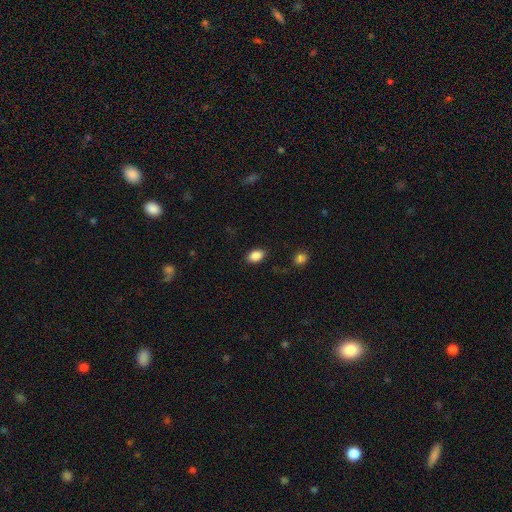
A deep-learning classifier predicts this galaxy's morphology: Overall: smooth (88%). How rounded: in between (86%). Merging: none (85%).